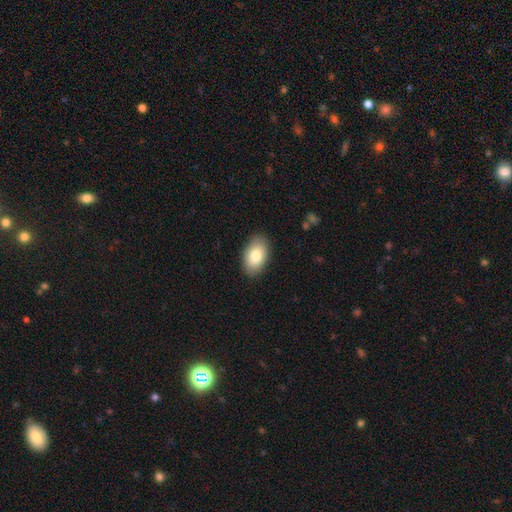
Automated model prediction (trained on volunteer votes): smooth 81%, featured or disk 12%, star or artifact 7%. Down the decision tree: how rounded — in between (92%); merging — none (88%).